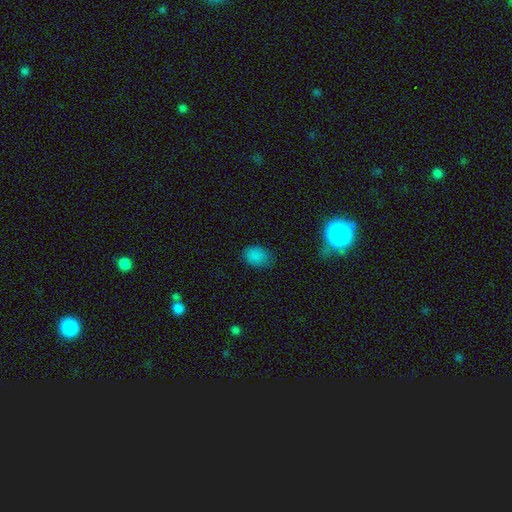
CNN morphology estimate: type=smooth (82%); roundness=in between (77%); merging=none (74%).